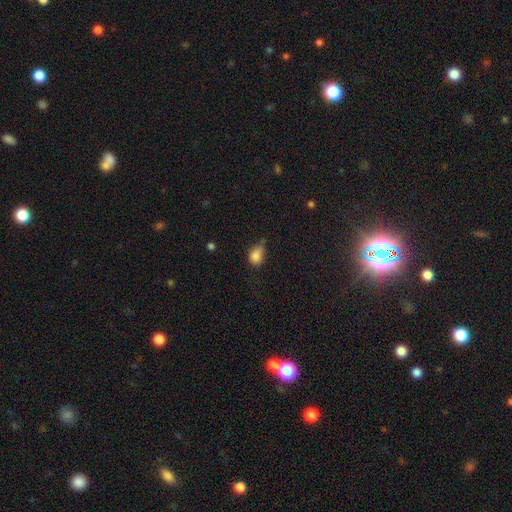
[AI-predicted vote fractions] smooth-or-featured: smooth: 81% | star or artifact: 11% | featured or disk: 8%
  how-rounded: in between: 59% | round: 40% | cigar-shaped: 2%
  merging: minor disturbance: 43% | none: 35% | major disturbance: 15% | merger: 7%